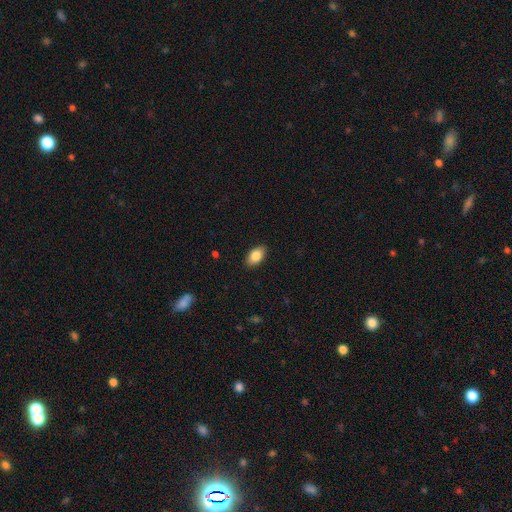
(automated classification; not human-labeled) The model was most divided on "smooth or featured": smooth: 85%, featured or disk: 8%, star or artifact: 7%. More confident: how rounded — in between (92%); merging — none (88%).